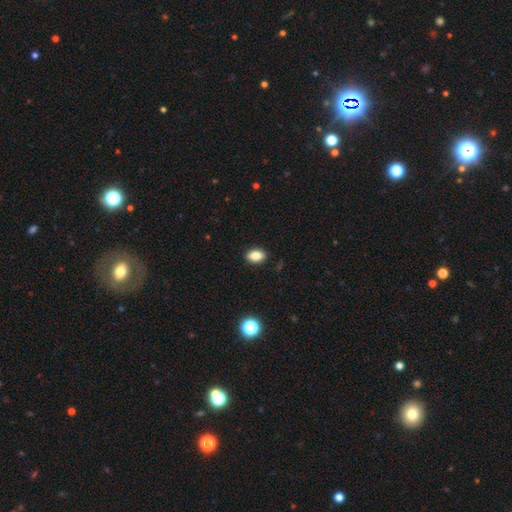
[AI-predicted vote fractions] Smooth or featured: smooth — 83% (star or artifact — 10%)
How rounded: in between — 86% (round — 11%)
Merging: none — 89% (minor disturbance — 8%)